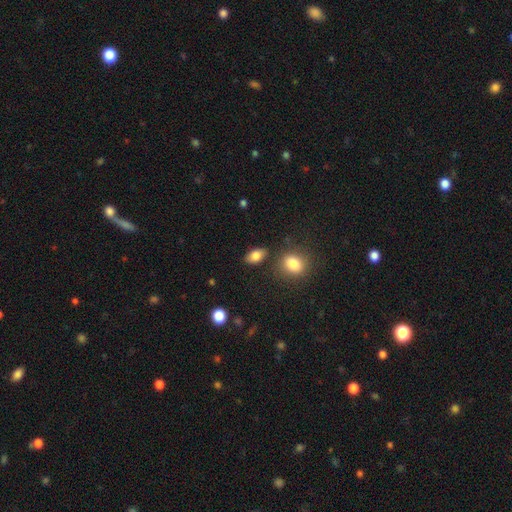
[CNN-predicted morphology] The model was most divided on "merging": none: 80%, minor disturbance: 11%, merger: 6%, major disturbance: 3%. More confident: how rounded — in between (88%); smooth or featured — smooth (82%).